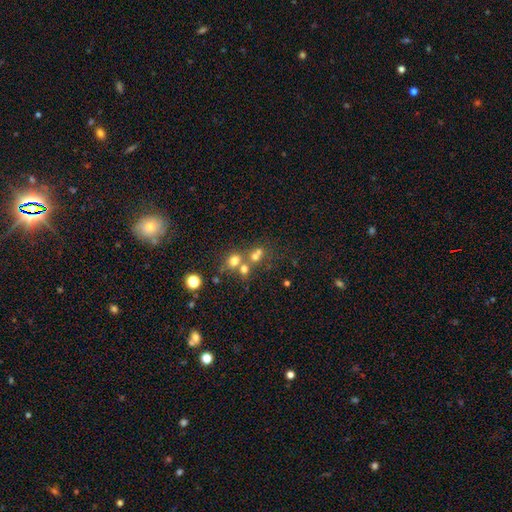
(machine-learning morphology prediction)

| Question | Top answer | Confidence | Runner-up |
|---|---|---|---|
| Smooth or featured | smooth | 60% | star or artifact (22%) |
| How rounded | round | 76% | in between (22%) |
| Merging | merger | 46% | none (41%) |